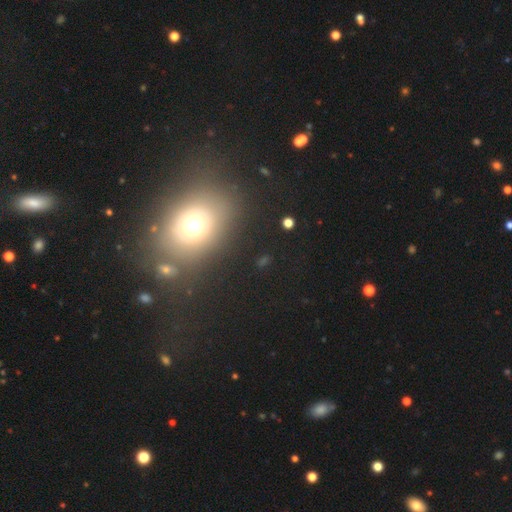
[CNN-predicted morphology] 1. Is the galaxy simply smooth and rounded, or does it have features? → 58% smooth, 30% star or artifact, 12% featured or disk.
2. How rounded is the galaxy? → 50% round, 47% in between, 2% cigar-shaped.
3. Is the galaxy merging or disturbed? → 73% none, 14% minor disturbance, 9% major disturbance, 4% merger.